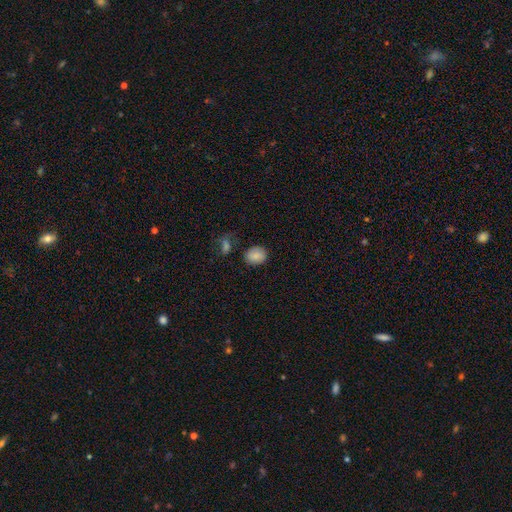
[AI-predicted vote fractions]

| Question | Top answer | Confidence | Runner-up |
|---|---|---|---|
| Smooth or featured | smooth | 85% | star or artifact (9%) |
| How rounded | round | 50% | in between (49%) |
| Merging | none | 80% | minor disturbance (12%) |